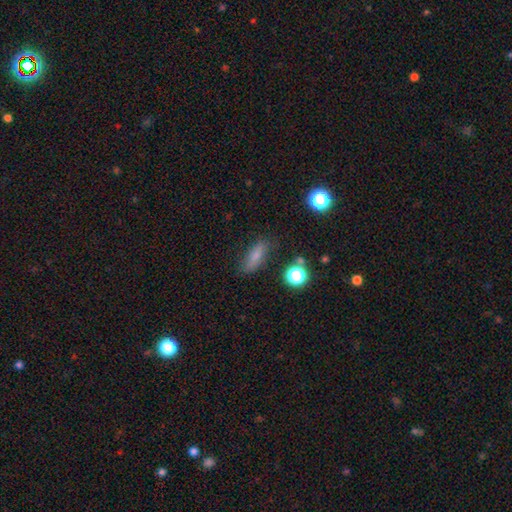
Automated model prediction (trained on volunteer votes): A smooth galaxy with no disk features (75%) that is in between round and cigar-shaped (54%). Merging: none (78%).